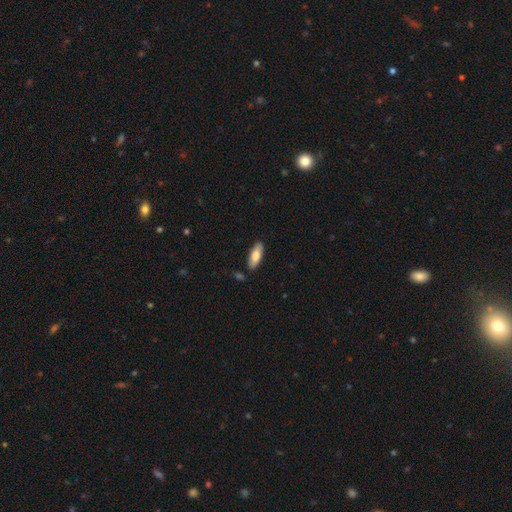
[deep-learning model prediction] Overall: smooth (78%). How rounded: in between (74%). Merging: none (85%).